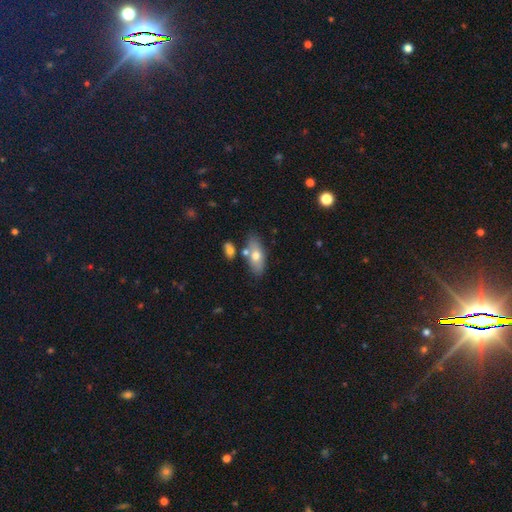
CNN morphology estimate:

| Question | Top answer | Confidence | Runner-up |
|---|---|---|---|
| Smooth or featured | smooth | 66% | featured or disk (27%) |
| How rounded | in between | 83% | cigar-shaped (13%) |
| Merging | none | 70% | minor disturbance (14%) |